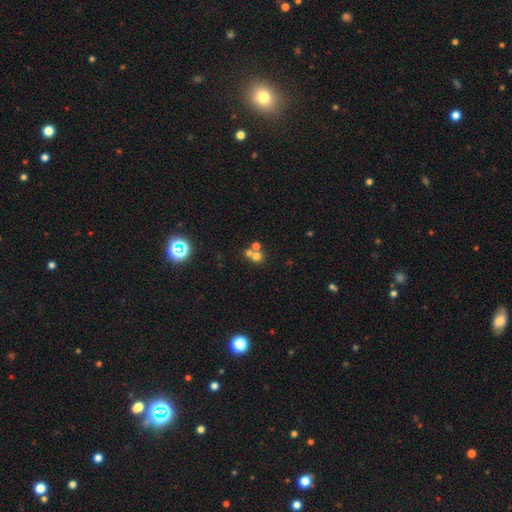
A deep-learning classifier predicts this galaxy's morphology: A smooth galaxy with no disk features (62%) that is round (83%). Merging: merger (52%).